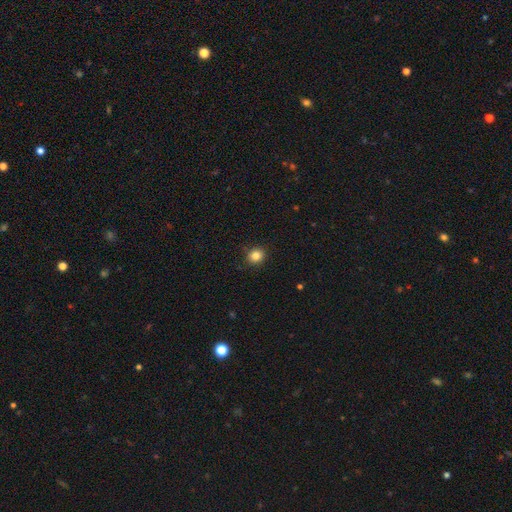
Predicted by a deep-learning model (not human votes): smooth_or_featured: smooth (p=0.84) [alt: star or artifact p=0.11]
how_rounded: round (p=0.83) [alt: in between p=0.16]
merging: none (p=0.89) [alt: minor disturbance p=0.08]